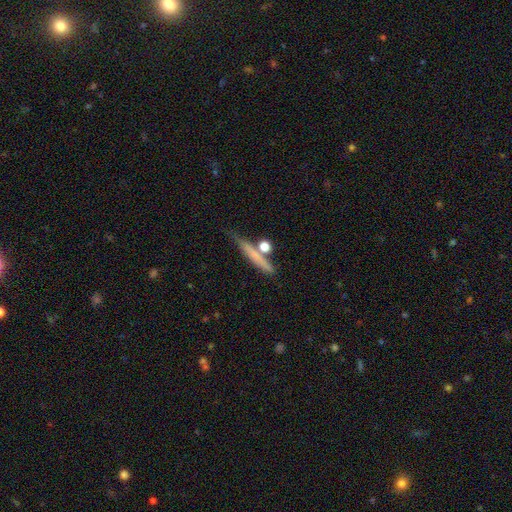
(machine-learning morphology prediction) Smooth or featured?
  - smooth: 60% *
  - featured or disk: 33%
  - star or artifact: 8%
How rounded?
  - cigar-shaped: 85% *
  - in between: 8%
  - round: 7%
Merging?
  - none: 67% *
  - minor disturbance: 16%
  - merger: 12%
  - major disturbance: 5%